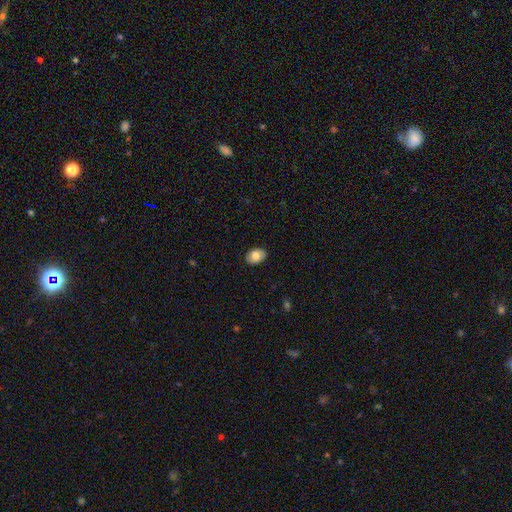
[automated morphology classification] Smooth or featured: smooth — 78% (featured or disk — 15%)
How rounded: in between — 82% (round — 17%)
Merging: none — 88% (minor disturbance — 9%)